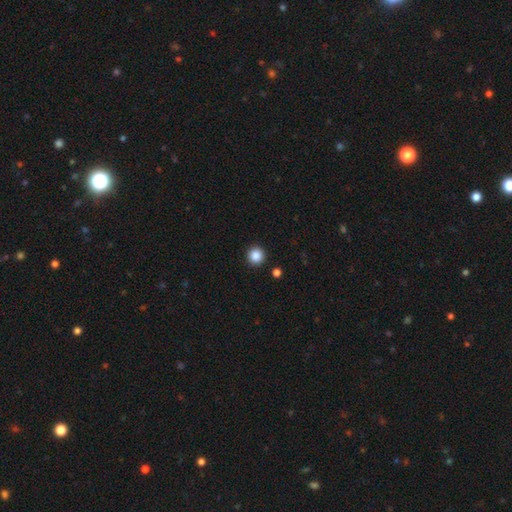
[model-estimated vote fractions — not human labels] Overall: smooth (87%). How rounded: round (95%). Merging: none (93%).